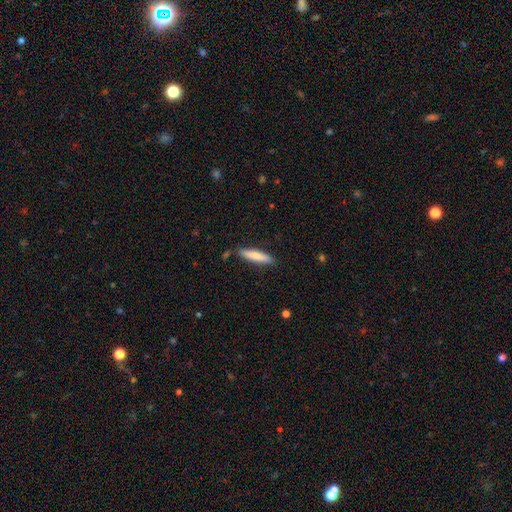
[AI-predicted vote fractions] smooth_or_featured: smooth (p=0.67) [alt: featured or disk p=0.27]
how_rounded: cigar-shaped (p=0.83) [alt: in between p=0.15]
merging: none (p=0.86) [alt: minor disturbance p=0.10]